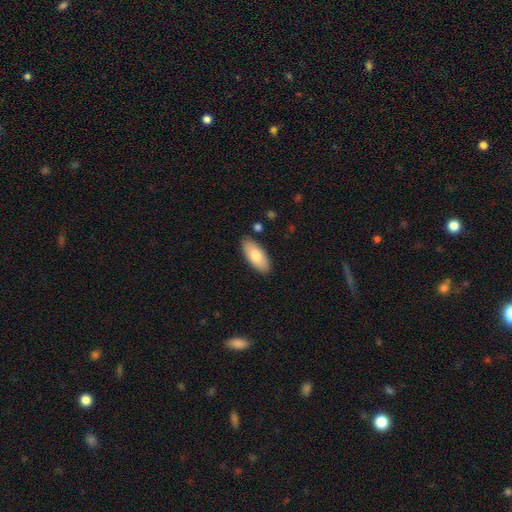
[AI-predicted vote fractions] Q: Smooth or featured?
A: smooth (79%); runner-up: featured or disk (15%)
Q: How rounded?
A: in between (87%); runner-up: cigar-shaped (11%)
Q: Merging?
A: none (86%); runner-up: minor disturbance (10%)